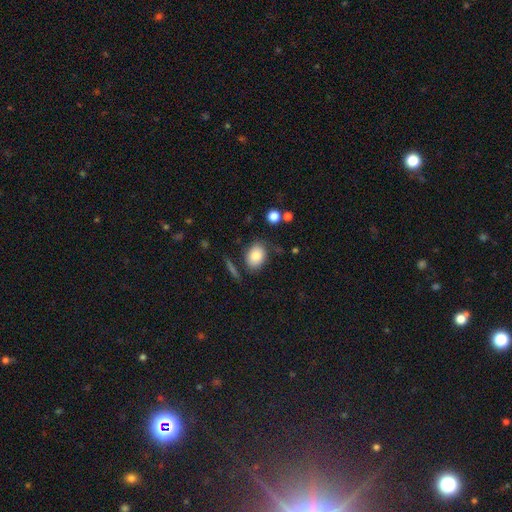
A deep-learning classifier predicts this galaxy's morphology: Smooth or featured? smooth (83%)
How rounded? in between (74%)
Merging? none (73%)